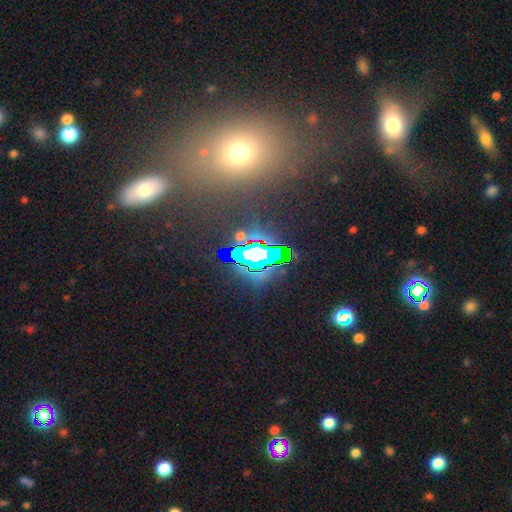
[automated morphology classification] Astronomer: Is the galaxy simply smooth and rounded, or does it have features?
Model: star or artifact — 71%.